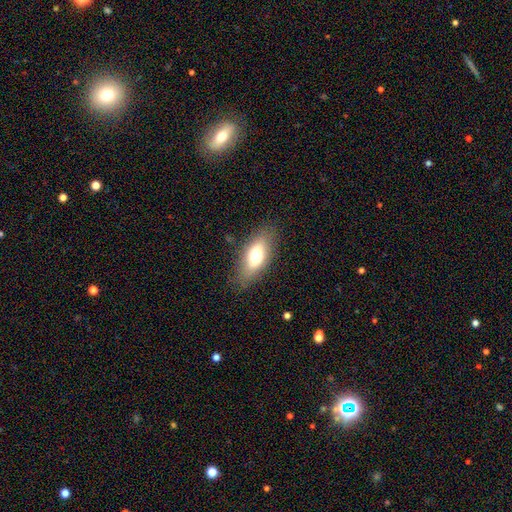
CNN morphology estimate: type=smooth (67%); roundness=in between (81%); merging=none (81%).